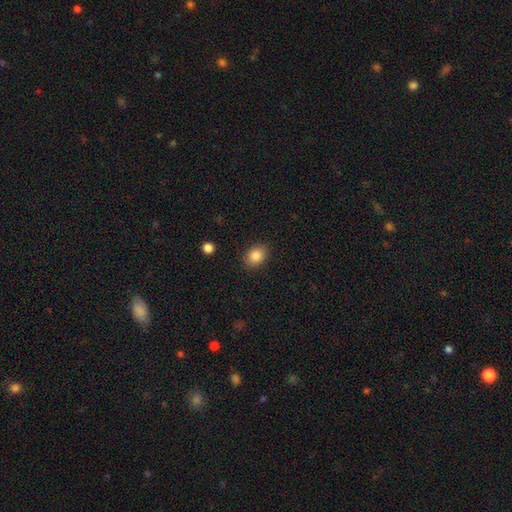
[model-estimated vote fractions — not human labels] smooth_or_featured: smooth (p=0.86) [alt: star or artifact p=0.09]
how_rounded: in between (p=0.61) [alt: round p=0.39]
merging: none (p=0.87) [alt: minor disturbance p=0.09]